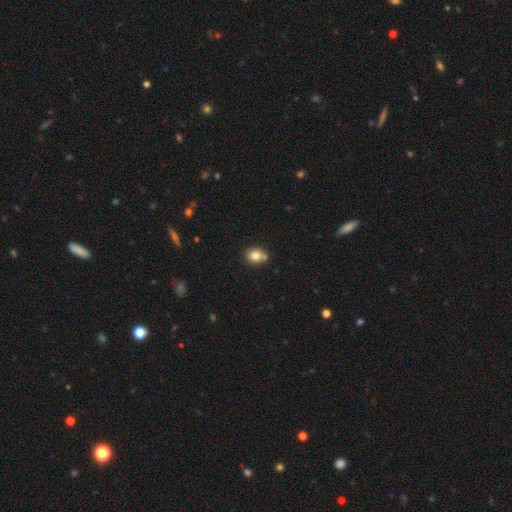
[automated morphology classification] smooth 81%, star or artifact 10%, featured or disk 9%. Down the decision tree: how rounded — round (65%); merging — none (66%).